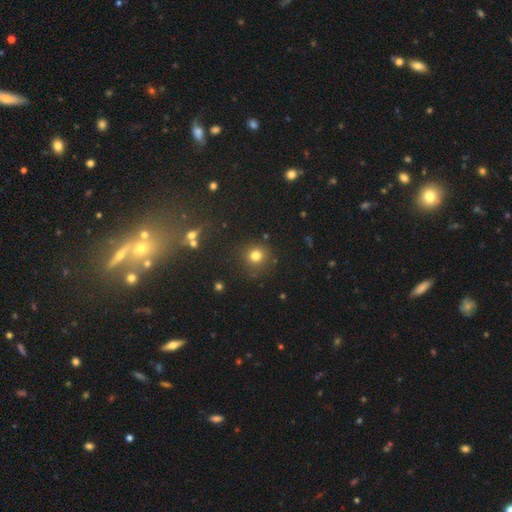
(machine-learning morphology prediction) A smooth galaxy with no disk features (76%) that is round (91%). Merging: none (85%).